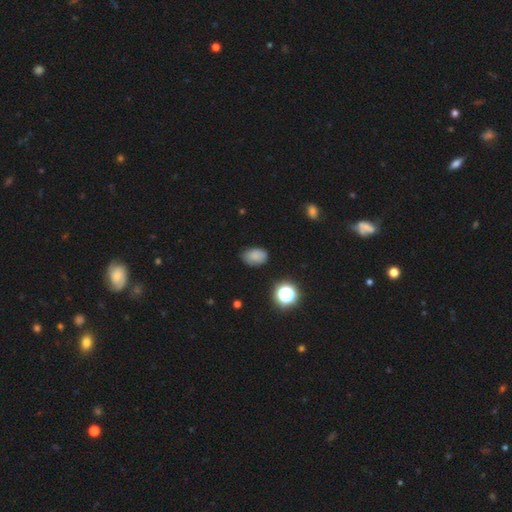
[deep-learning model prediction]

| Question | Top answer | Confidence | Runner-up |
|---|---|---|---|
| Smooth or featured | smooth | 79% | star or artifact (13%) |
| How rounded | in between | 81% | round (17%) |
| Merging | none | 75% | minor disturbance (19%) |